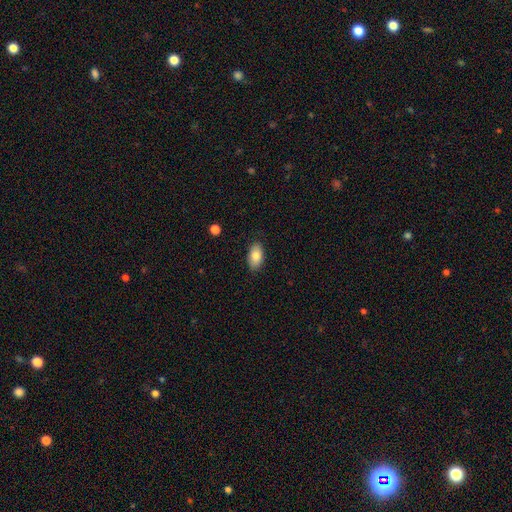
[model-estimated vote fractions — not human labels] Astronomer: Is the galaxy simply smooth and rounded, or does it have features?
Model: smooth — 82%.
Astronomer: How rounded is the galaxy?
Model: in between — 93%.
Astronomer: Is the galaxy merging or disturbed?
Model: none — 87%.